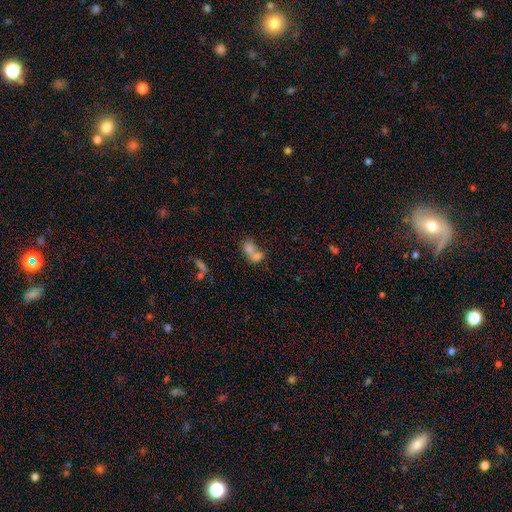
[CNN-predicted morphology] A smooth galaxy with no disk features (70%) that is in between round and cigar-shaped (62%).

Vote fractions:
- Smooth or featured? smooth: 70% / featured or disk: 18% / star or artifact: 12%
- How rounded? in between: 62% / round: 35% / cigar-shaped: 3%
- Merging? merger: 74% / none: 17% / minor disturbance: 5% / major disturbance: 4%